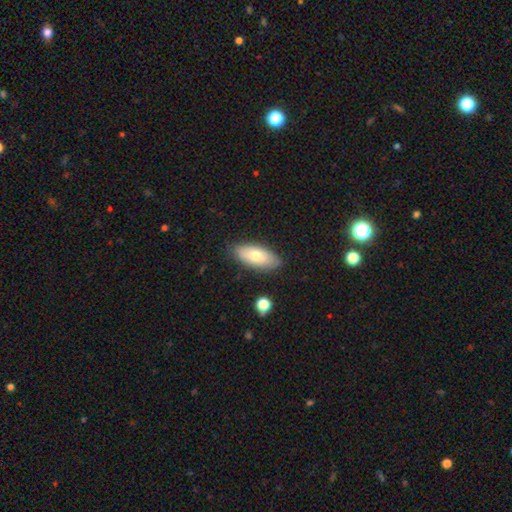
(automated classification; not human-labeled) A smooth galaxy with no disk features (71%) that is in between round and cigar-shaped (84%). Merging: none (83%).